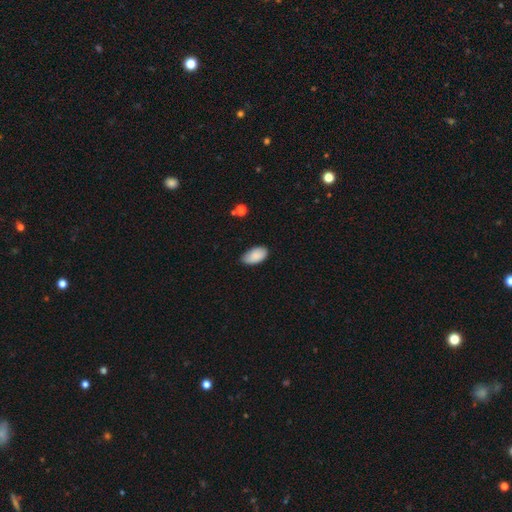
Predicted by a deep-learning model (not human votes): The model was most divided on "merging": none: 72%, minor disturbance: 23%, major disturbance: 3%, merger: 1%. More confident: how rounded — in between (95%); smooth or featured — smooth (88%).